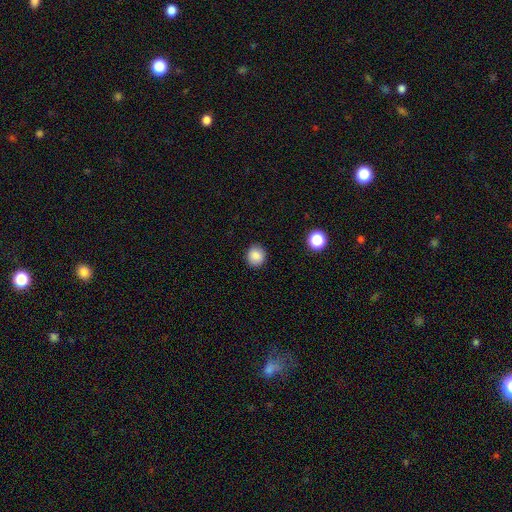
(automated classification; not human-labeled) This is clearly a smooth galaxy (86%). How rounded: clearly round (83%). Merging: clearly none (91%).